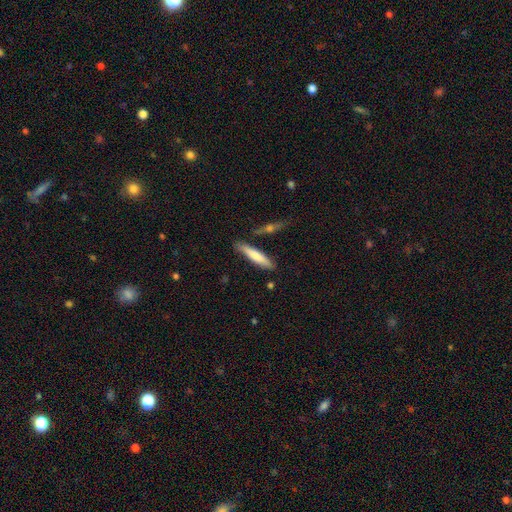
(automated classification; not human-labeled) A smooth galaxy with no disk features (72%) that is cigar-shaped (86%).

Vote fractions:
- Smooth or featured? smooth: 72% / featured or disk: 23% / star or artifact: 5%
- How rounded? cigar-shaped: 86% / in between: 13% / round: 1%
- Merging? none: 80% / minor disturbance: 13% / merger: 4% / major disturbance: 3%